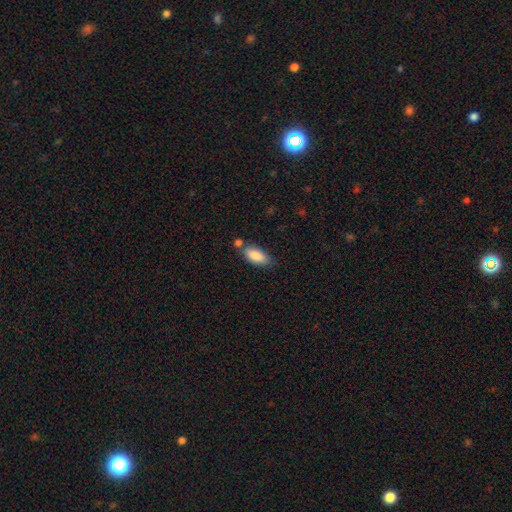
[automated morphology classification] smooth 87%, star or artifact 7%, featured or disk 6%. Down the decision tree: how rounded — in between (88%); merging — none (61%).